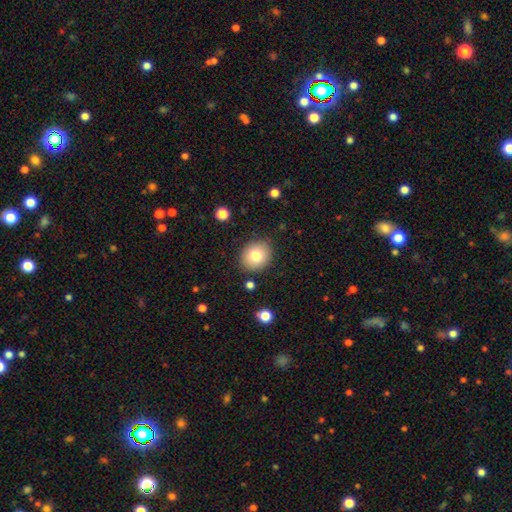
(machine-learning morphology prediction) Smooth or featured? smooth (78%)
How rounded? round (65%)
Merging? none (87%)